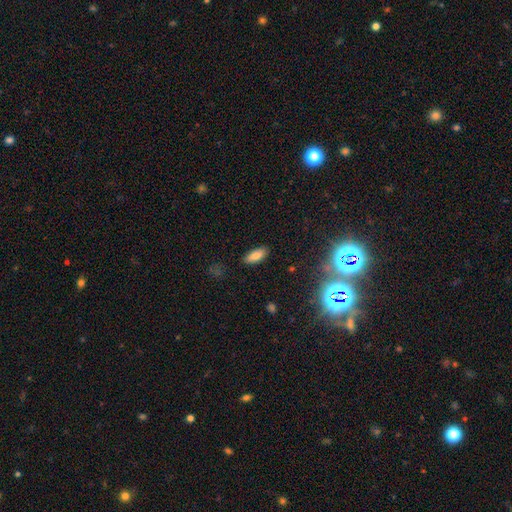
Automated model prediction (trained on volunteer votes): Smooth or featured?
  - smooth: 82% *
  - star or artifact: 10%
  - featured or disk: 9%
How rounded?
  - in between: 82% *
  - cigar-shaped: 15%
  - round: 2%
Merging?
  - none: 87% *
  - minor disturbance: 10%
  - major disturbance: 2%
  - merger: 1%